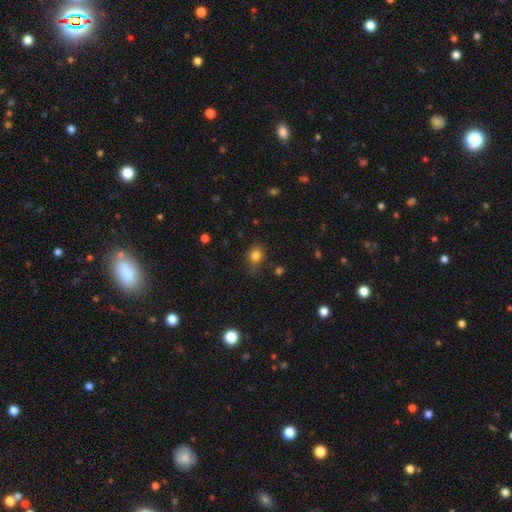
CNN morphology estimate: This is likely a smooth galaxy (80%). How rounded: likely round (64%). Merging: likely none (67%).